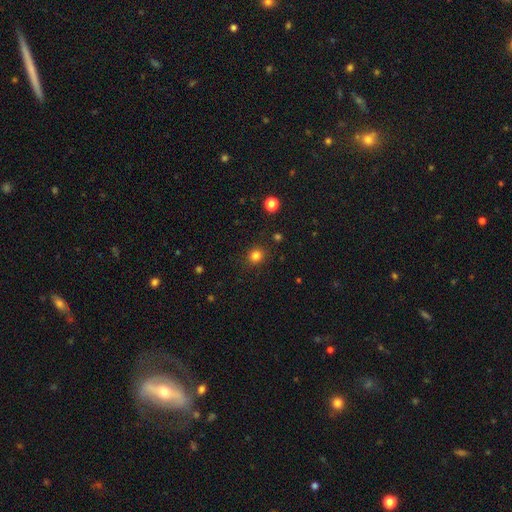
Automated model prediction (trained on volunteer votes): Q: Smooth or featured?
A: smooth (82%); runner-up: star or artifact (14%)
Q: How rounded?
A: round (83%); runner-up: in between (16%)
Q: Merging?
A: none (88%); runner-up: minor disturbance (7%)